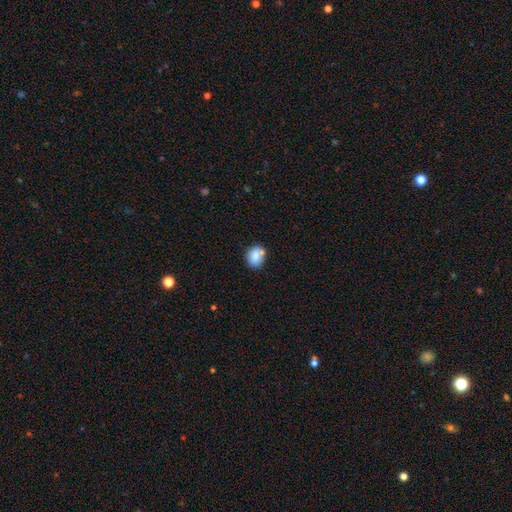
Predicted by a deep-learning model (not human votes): The model was most divided on "how rounded": round: 52%, in between: 47%, cigar-shaped: 1%. More confident: smooth or featured — smooth (82%); merging — none (66%).